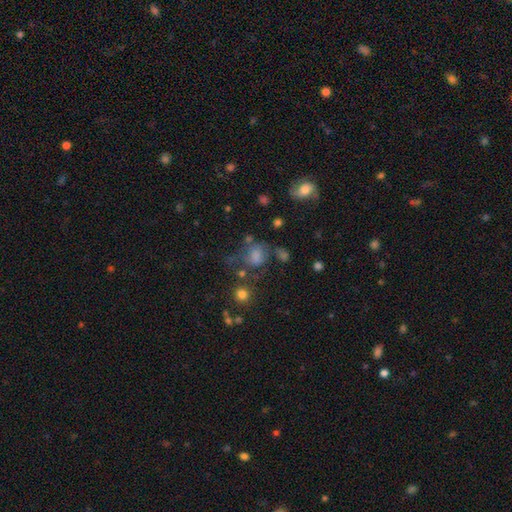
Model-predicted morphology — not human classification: The model was most divided on "how rounded": round: 57%, in between: 42%, cigar-shaped: 1%. Remaining: smooth or featured — smooth (67%); merging — none (41%).